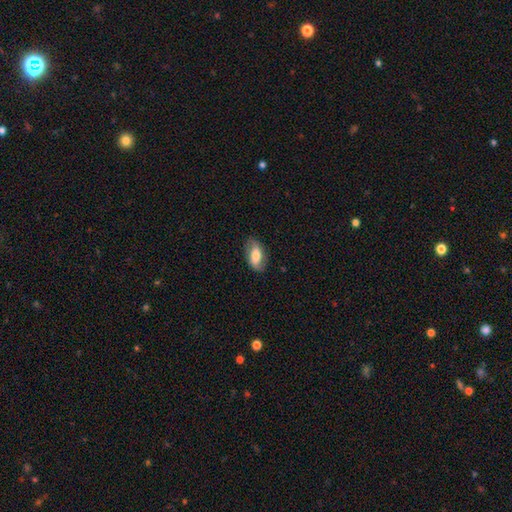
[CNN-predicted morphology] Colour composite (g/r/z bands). It shows a smooth galaxy with no disk features (62%) that is in between round and cigar-shaped (90%). Merging: none (80%).